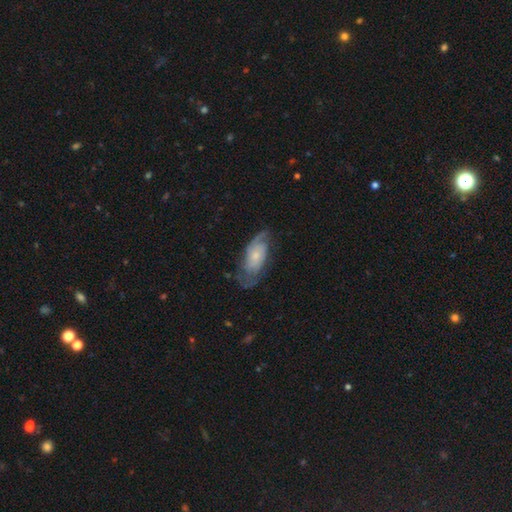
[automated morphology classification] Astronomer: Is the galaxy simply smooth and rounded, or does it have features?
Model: featured or disk — 72%.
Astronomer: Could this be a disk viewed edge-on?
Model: no — 94%.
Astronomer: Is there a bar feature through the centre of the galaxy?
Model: no — 73%.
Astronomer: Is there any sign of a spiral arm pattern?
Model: yes — 91%.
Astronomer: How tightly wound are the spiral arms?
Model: medium — 42% (runner-up: tight, 35%).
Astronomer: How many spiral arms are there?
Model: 2 — 64%.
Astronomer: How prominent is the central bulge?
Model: small — 62%.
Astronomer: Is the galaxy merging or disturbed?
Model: none — 62%.